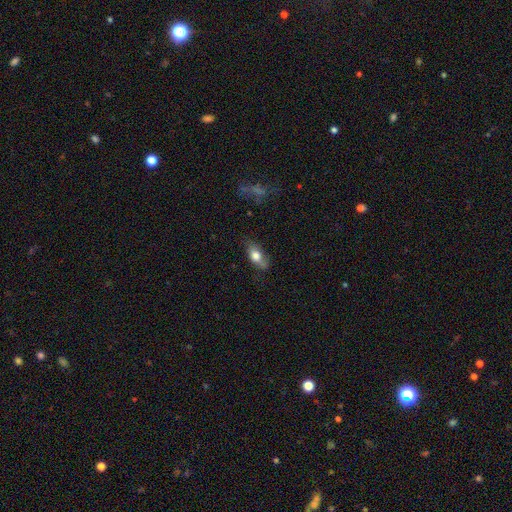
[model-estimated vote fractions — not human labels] smooth_or_featured: smooth (p=0.70) [alt: featured or disk p=0.22]
how_rounded: in between (p=0.81) [alt: cigar-shaped p=0.13]
merging: none (p=0.65) [alt: minor disturbance p=0.26]